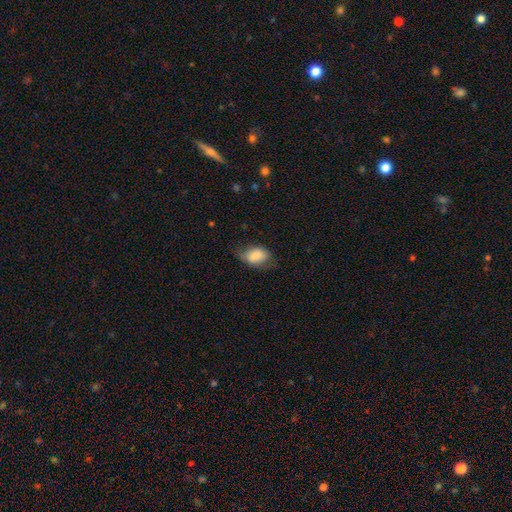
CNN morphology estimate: Smooth or featured: smooth — 79% (featured or disk — 14%)
How rounded: in between — 85% (round — 14%)
Merging: none — 60% (minor disturbance — 28%)